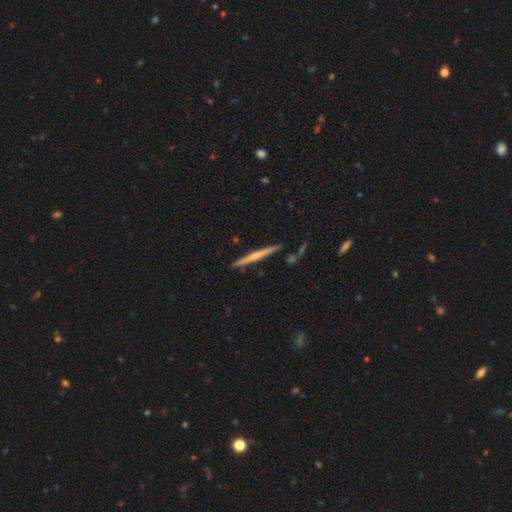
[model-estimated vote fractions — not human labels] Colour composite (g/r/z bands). It shows a featured or disk galaxy (54%) viewed edge-on (97%) with no central bulge (59%). Merging: none (86%).